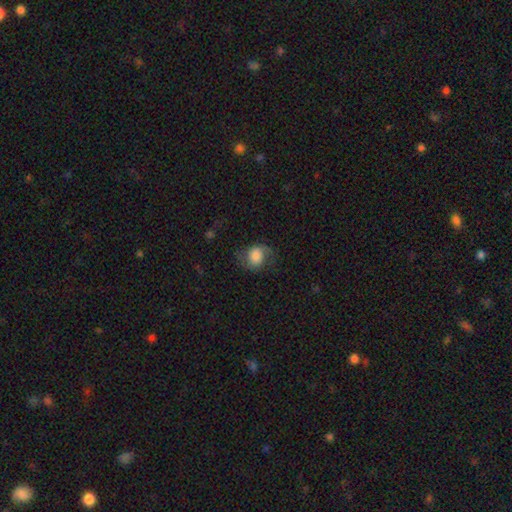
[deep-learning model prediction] Smooth or featured: smooth — 51% (featured or disk — 40%)
How rounded: round — 62% (in between — 37%)
Merging: none — 61% (minor disturbance — 21%)